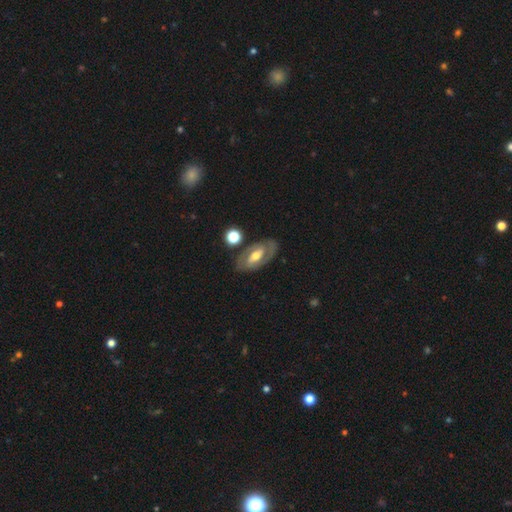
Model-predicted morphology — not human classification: Smooth or featured?
  - featured or disk: 76% *
  - smooth: 18%
  - star or artifact: 6%
Edge-on disk?
  - no: 93% *
  - yes: 7%
Bar?
  - weak: 38% *
  - strong: 34%
  - no: 27%
Spiral arms?
  - yes: 79% *
  - no: 21%
Spiral winding?
  - tight: 47% *
  - medium: 41%
  - loose: 12%
Spiral arm count?
  - 2: 81% *
  - can't tell: 11%
  - 1: 4%
  - 3: 1%
  - 4: 1%
  - more than 4: 1%
Bulge size?
  - moderate: 69% *
  - small: 21%
  - large: 8%
  - none: 1%
  - dominant: 1%
Merging?
  - none: 79% *
  - minor disturbance: 13%
  - major disturbance: 4%
  - merger: 4%